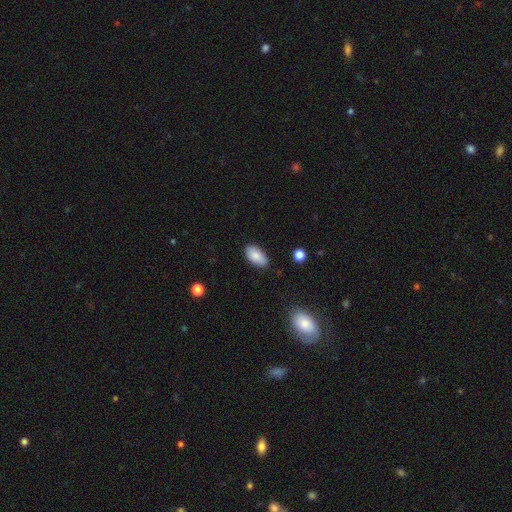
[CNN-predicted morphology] smooth 85%, featured or disk 8%, star or artifact 7%. Down the decision tree: how rounded — in between (94%); merging — none (84%).